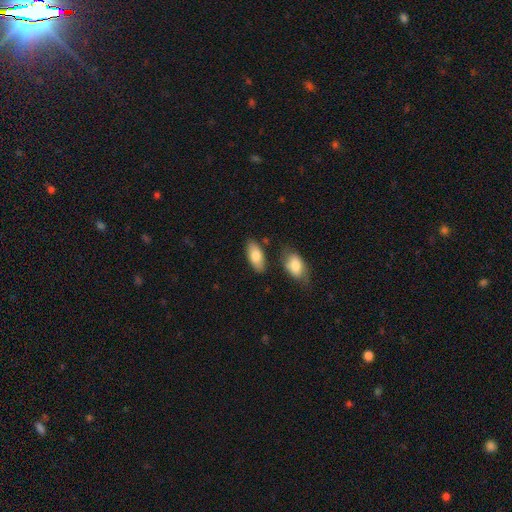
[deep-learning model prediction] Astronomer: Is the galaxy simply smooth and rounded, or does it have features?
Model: smooth — 81%.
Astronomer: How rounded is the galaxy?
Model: in between — 90%.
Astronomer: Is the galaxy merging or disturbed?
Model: none — 79%.